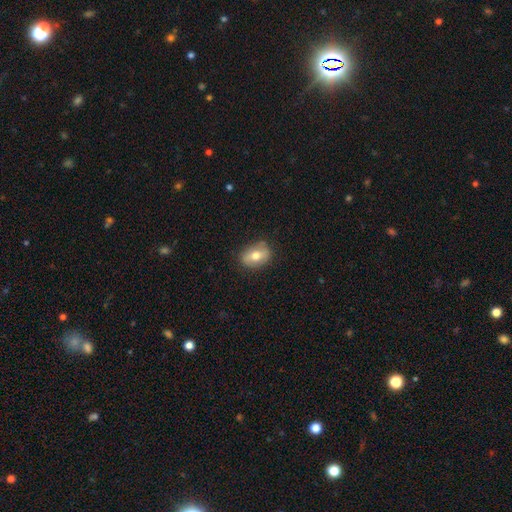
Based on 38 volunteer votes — A smooth galaxy with no disk features (71%) that is in between round and cigar-shaped (78%). Merging: none (80%).